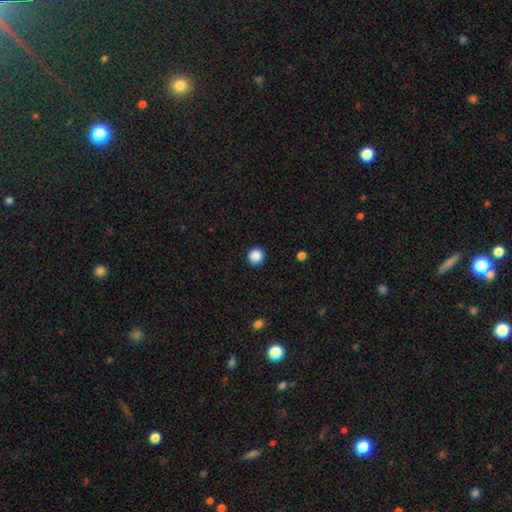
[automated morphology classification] A smooth galaxy with no disk features (88%) that is round (93%). Merging: none (92%).